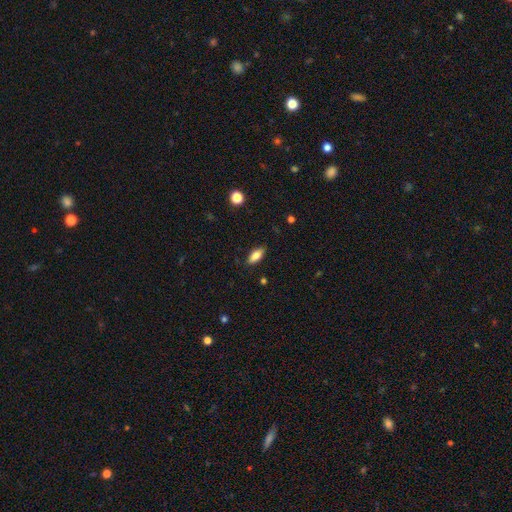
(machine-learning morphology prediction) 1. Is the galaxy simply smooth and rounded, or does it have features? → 80% smooth, 13% featured or disk, 7% star or artifact.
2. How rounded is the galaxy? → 81% in between, 16% cigar-shaped, 3% round.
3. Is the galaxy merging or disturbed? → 84% none, 12% minor disturbance, 3% major disturbance, 1% merger.